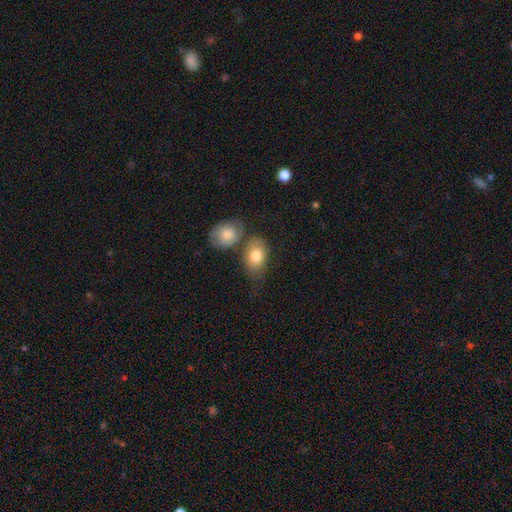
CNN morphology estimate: smooth_or_featured: smooth (p=0.79) [alt: featured or disk p=0.15]
how_rounded: in between (p=0.81) [alt: round p=0.18]
merging: none (p=0.45) [alt: merger p=0.29]